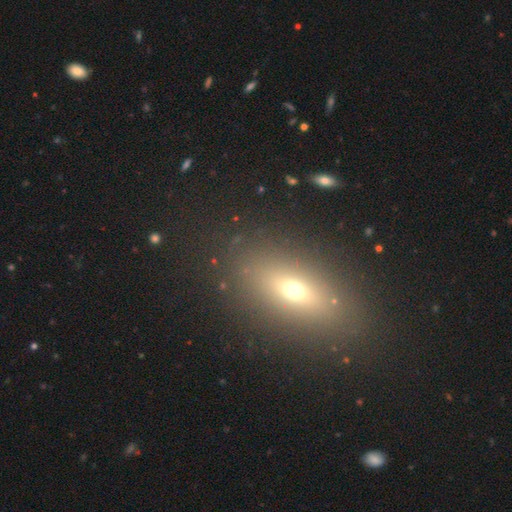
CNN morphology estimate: Overall: smooth (57%; featured or disk 22%). How rounded: in between (68%). Merging: none (85%).